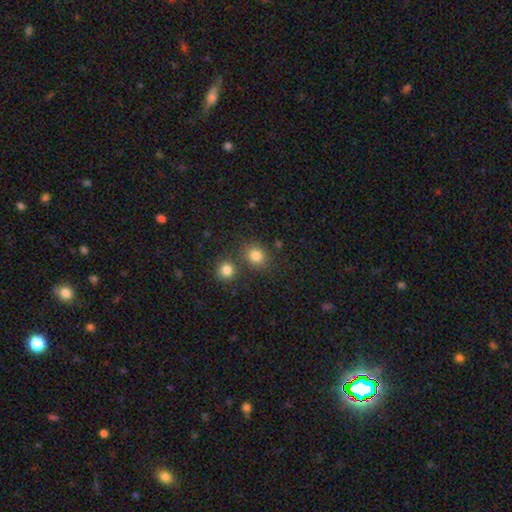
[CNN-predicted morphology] Smooth or featured?
  - smooth: 81% *
  - star or artifact: 13%
  - featured or disk: 6%
How rounded?
  - round: 72% *
  - in between: 27%
  - cigar-shaped: 1%
Merging?
  - none: 74% *
  - merger: 13%
  - minor disturbance: 9%
  - major disturbance: 3%